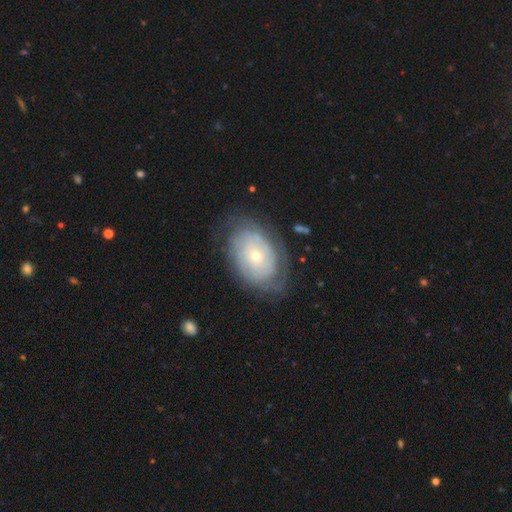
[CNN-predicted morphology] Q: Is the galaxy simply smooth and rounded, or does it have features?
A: featured or disk — 66%.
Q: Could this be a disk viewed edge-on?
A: no — 95%.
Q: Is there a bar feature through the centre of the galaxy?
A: no — 84%.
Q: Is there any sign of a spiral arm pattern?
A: yes — 75%.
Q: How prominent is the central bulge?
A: small — 68%.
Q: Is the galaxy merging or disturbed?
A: none — 72%.